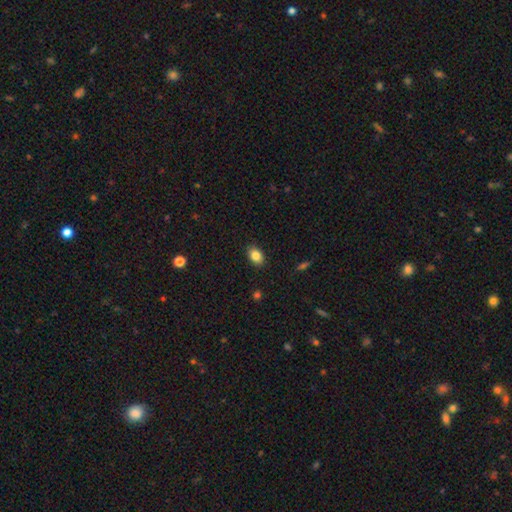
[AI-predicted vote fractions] Smooth or featured: smooth — 85% (star or artifact — 9%)
How rounded: in between — 81% (round — 18%)
Merging: none — 88% (minor disturbance — 8%)